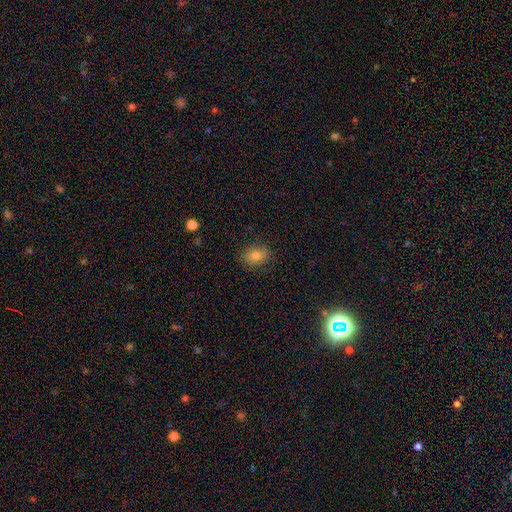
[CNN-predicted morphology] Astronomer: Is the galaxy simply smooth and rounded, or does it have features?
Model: smooth — 81%.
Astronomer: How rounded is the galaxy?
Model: in between — 73%.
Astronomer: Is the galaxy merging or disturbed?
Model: none — 86%.